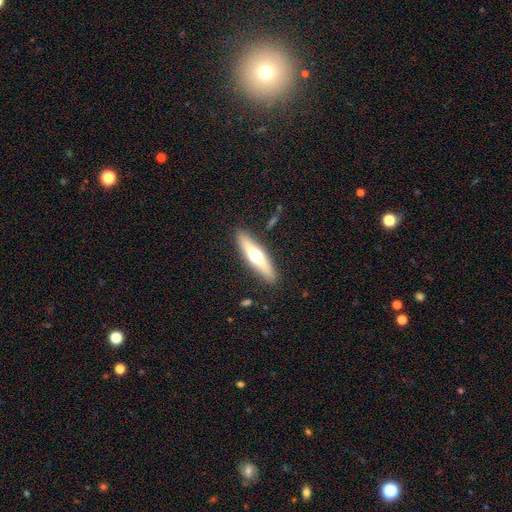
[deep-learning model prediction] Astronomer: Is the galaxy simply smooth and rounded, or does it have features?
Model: featured or disk — 49% (runner-up: smooth, 45%).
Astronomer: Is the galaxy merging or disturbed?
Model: none — 88%.